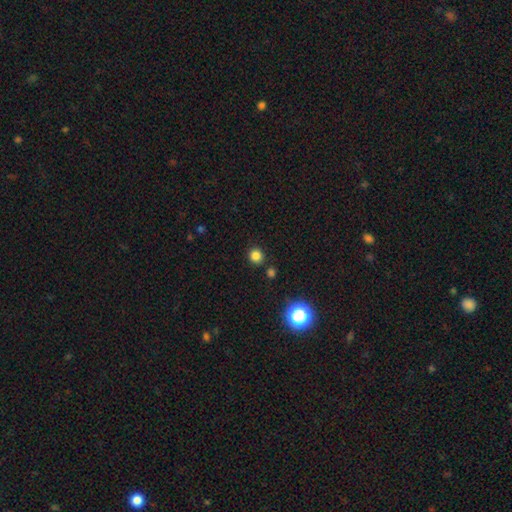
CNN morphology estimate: This appears to be a smooth galaxy with no disk features (81%) that is round (89%). Merging: none (86%).